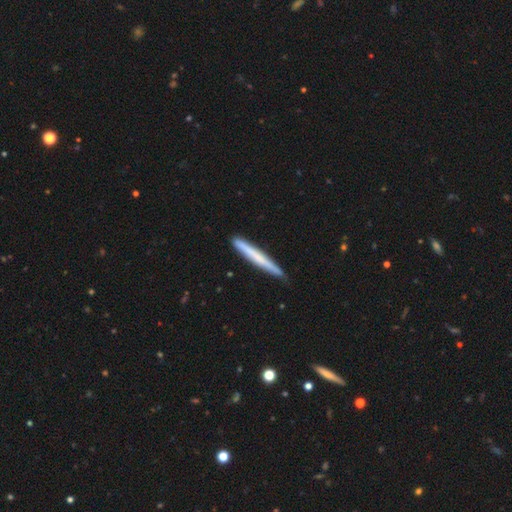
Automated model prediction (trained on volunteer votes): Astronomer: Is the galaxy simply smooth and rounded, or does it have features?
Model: smooth — 58% (runner-up: featured or disk, 36%).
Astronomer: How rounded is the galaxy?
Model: cigar-shaped — 97%.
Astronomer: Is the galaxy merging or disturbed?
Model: none — 88%.